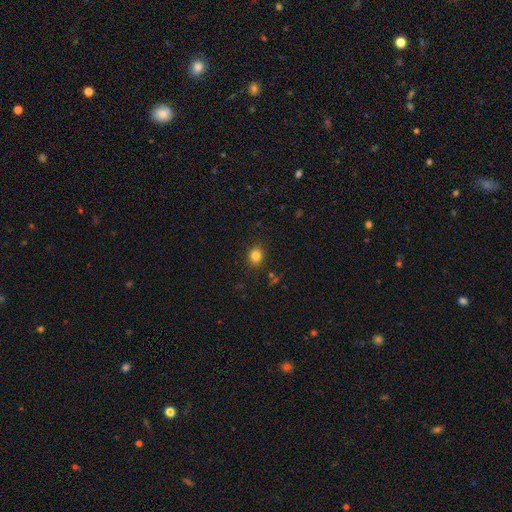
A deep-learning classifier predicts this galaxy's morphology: Overall: smooth (82%). How rounded: round (74%). Merging: none (88%).